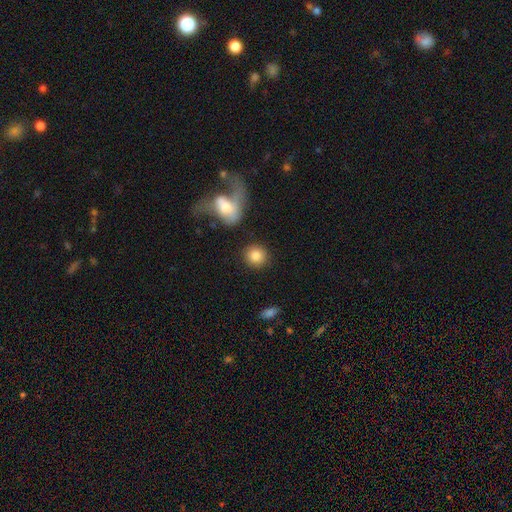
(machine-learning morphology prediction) smooth 82%, featured or disk 9%, star or artifact 8%. Down the decision tree: how rounded — round (88%); merging — none (83%).